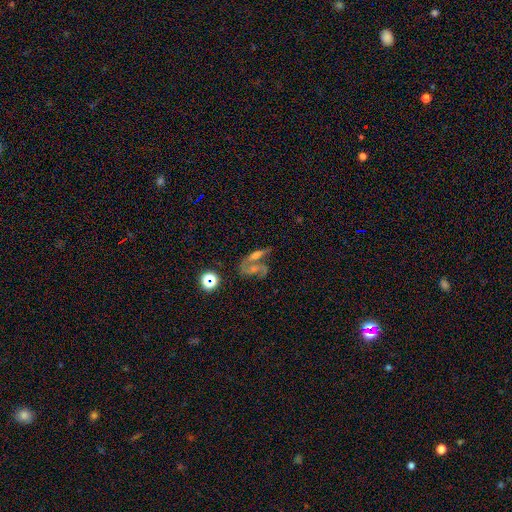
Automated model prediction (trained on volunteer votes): smooth_or_featured: featured or disk (p=0.56) [alt: smooth p=0.27]
disk_edge_on: no (p=0.83) [alt: yes p=0.17]
merging: merger (p=0.50) [alt: none p=0.28]